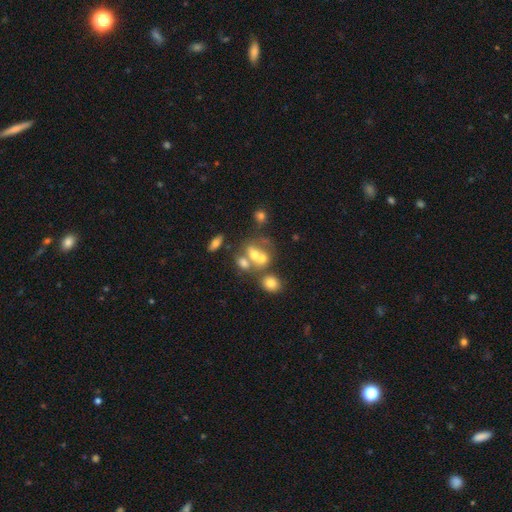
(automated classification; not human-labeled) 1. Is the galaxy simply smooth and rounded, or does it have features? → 52% smooth, 31% featured or disk, 17% star or artifact.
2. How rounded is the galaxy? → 51% in between, 46% round, 2% cigar-shaped.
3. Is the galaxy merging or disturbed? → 52% merger, 29% none, 11% minor disturbance, 8% major disturbance.